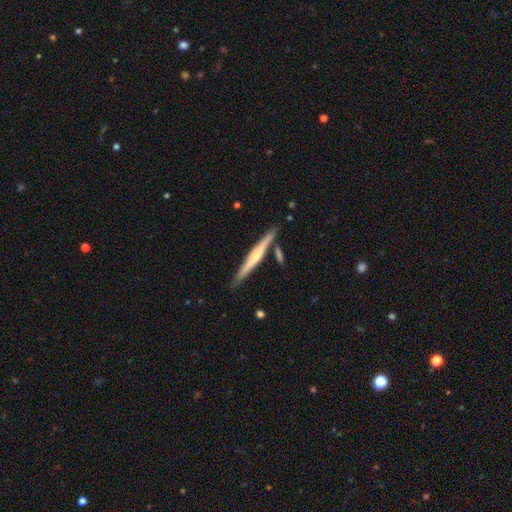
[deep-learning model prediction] This is likely a featured or disk galaxy (62%). It is clearly viewed edge-on (97%). Edge-on bulge: likely rounded (70%). Merging: clearly none (81%).